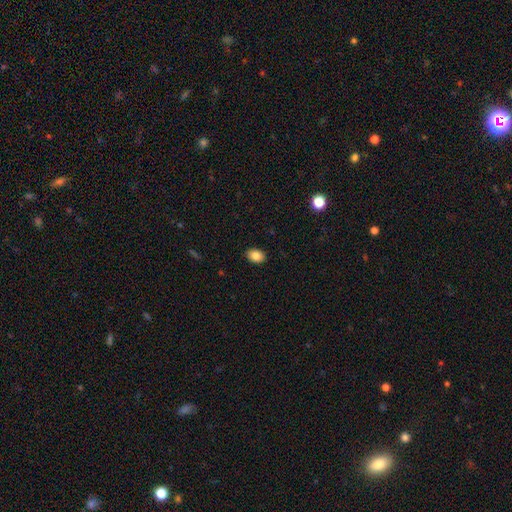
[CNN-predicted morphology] Overall: smooth (86%). How rounded: in between (79%). Merging: none (89%).